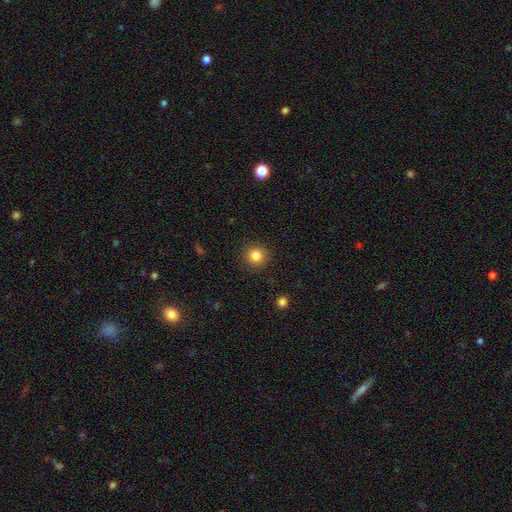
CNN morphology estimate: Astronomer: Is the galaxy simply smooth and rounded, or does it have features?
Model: smooth — 84%.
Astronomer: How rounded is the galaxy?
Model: round — 93%.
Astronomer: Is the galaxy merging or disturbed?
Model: none — 91%.